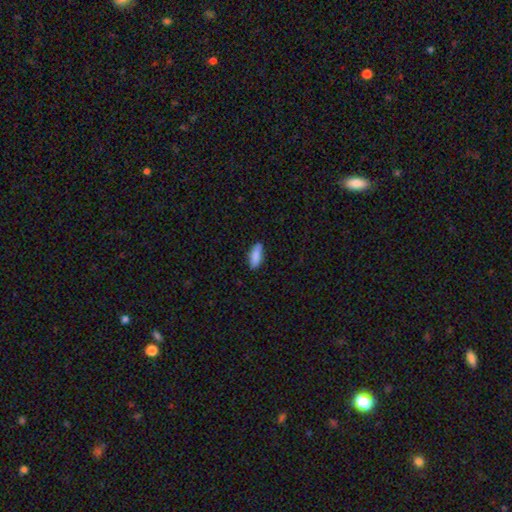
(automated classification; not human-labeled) Q: Smooth or featured?
A: smooth (87%); runner-up: featured or disk (6%)
Q: How rounded?
A: in between (68%); runner-up: cigar-shaped (30%)
Q: Merging?
A: none (83%); runner-up: minor disturbance (13%)